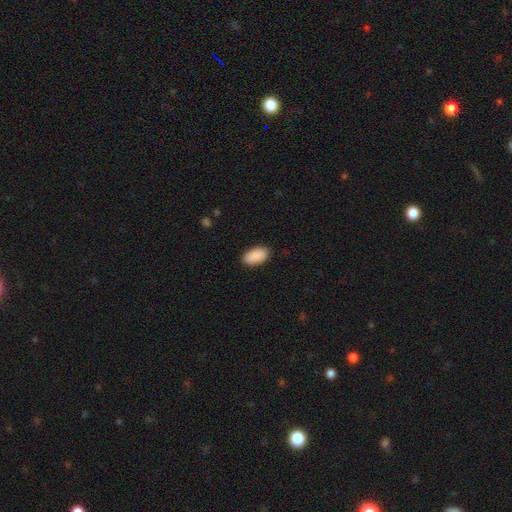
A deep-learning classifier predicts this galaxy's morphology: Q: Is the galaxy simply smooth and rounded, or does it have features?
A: smooth — 91%.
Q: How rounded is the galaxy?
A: in between — 95%.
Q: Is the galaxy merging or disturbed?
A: none — 89%.